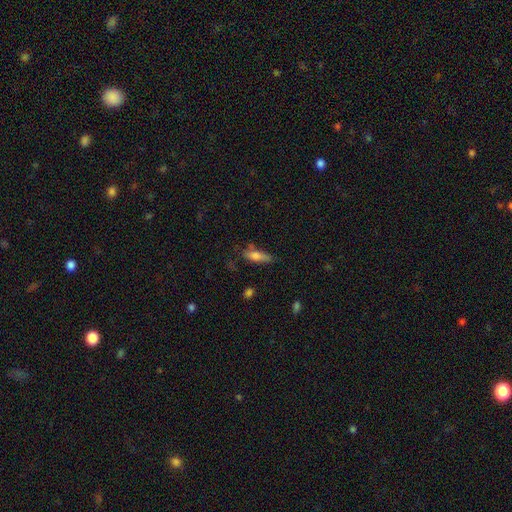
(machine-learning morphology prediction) Overall: smooth (67%). How rounded: cigar-shaped (51%; in between 46%). Merging: none (55%; minor disturbance 28%).